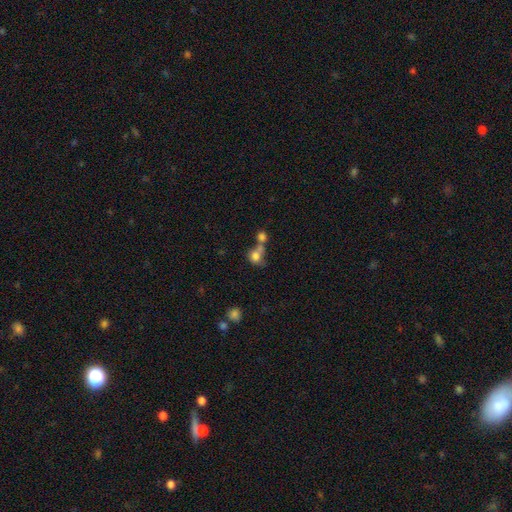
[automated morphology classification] Q: Smooth or featured?
A: smooth (76%); runner-up: featured or disk (13%)
Q: How rounded?
A: round (75%); runner-up: in between (24%)
Q: Merging?
A: merger (52%); runner-up: none (32%)